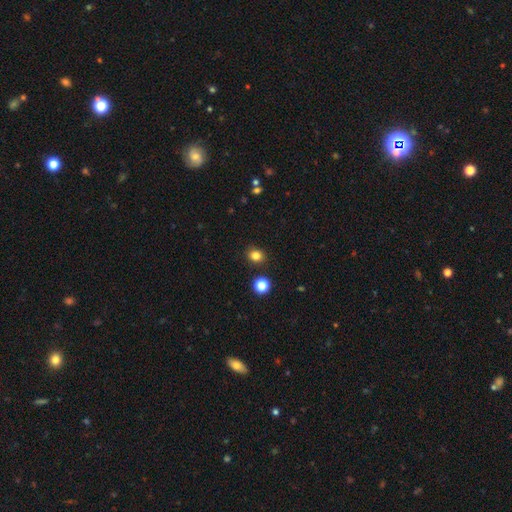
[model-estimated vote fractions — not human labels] A smooth galaxy with no disk features (82%) that is round (70%).

Vote fractions:
- Smooth or featured? smooth: 82% / star or artifact: 13% / featured or disk: 5%
- How rounded? round: 70% / in between: 30% / cigar-shaped: 1%
- Merging? none: 88% / minor disturbance: 7% / merger: 3% / major disturbance: 2%